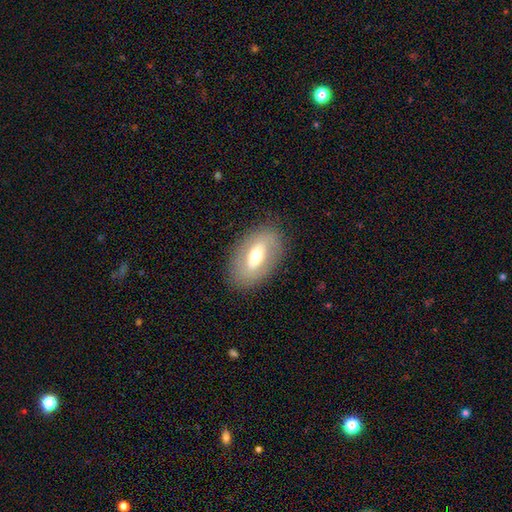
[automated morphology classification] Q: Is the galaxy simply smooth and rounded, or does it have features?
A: featured or disk — 46%, tied with smooth.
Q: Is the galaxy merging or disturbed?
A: none — 84%.